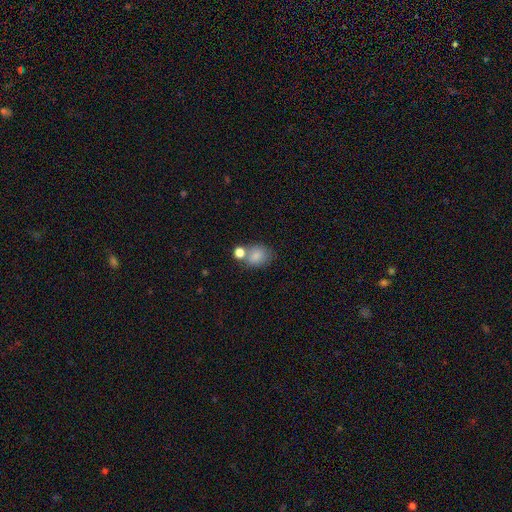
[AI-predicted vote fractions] A smooth galaxy with no disk features (82%) that is in between round and cigar-shaped (53%).

Vote fractions:
- Smooth or featured? smooth: 82% / star or artifact: 10% / featured or disk: 8%
- How rounded? in between: 53% / round: 46% / cigar-shaped: 1%
- Merging? none: 50% / merger: 29% / minor disturbance: 15% / major disturbance: 6%